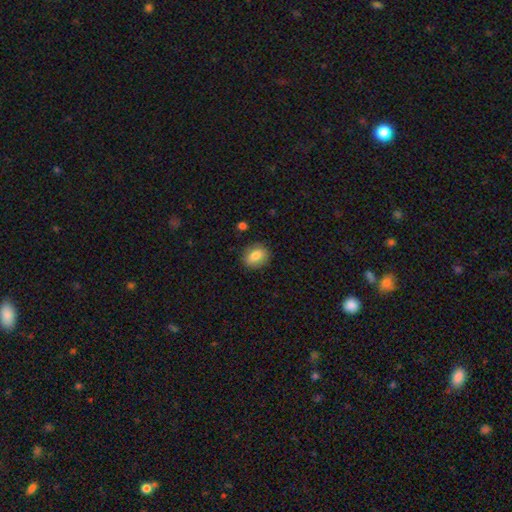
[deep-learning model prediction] The model was most divided on "how rounded": in between: 56%, round: 42%, cigar-shaped: 2%. More confident: merging — none (85%); smooth or featured — smooth (81%).